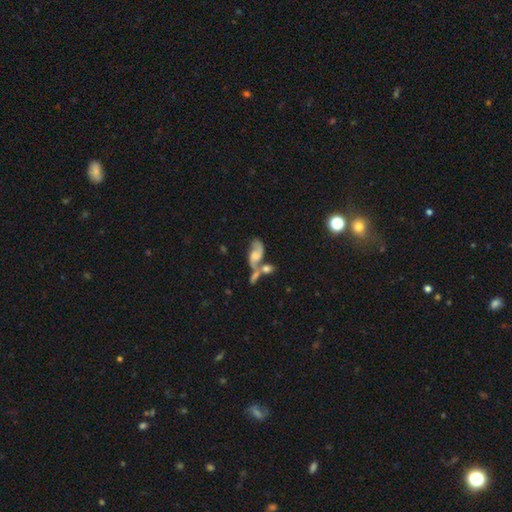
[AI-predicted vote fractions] smooth-or-featured: featured or disk: 68% | smooth: 23% | star or artifact: 8%
  disk-edge-on: no: 94% | yes: 6%
    bar: no: 63% | weak: 31% | strong: 7%
    has-spiral-arms: yes: 87% | no: 13%
      spiral-winding: loose: 56% | medium: 34% | tight: 10%
      spiral-arm-count: 2: 83% | 1: 8% | can't tell: 6% | 3: 1% | 4: 1% | more than 4: 1%
    bulge-size: moderate: 36% | small: 29% | none: 21% | large: 12% | dominant: 2%
  merging: merger: 52% | none: 23% | major disturbance: 12% | minor disturbance: 12%